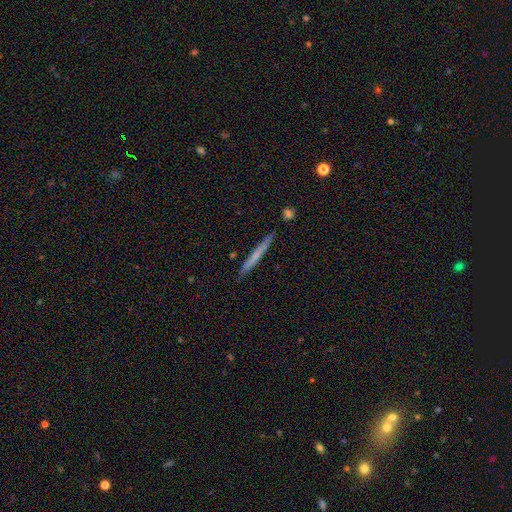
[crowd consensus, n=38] smooth_or_featured: smooth (p=0.50) [alt: featured or disk p=0.45]
how_rounded: cigar-shaped (p=1.00)
merging: none (p=0.92) [alt: merger p=0.06]